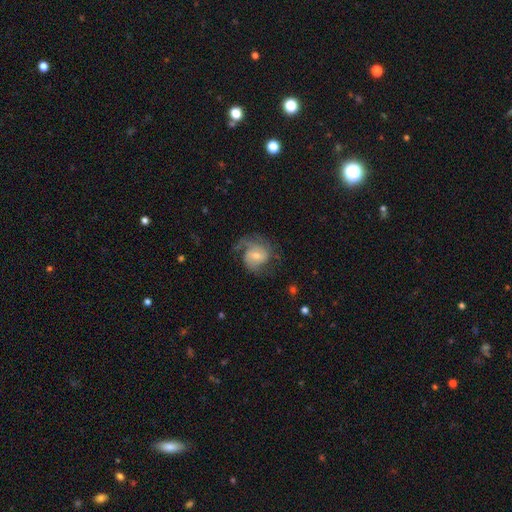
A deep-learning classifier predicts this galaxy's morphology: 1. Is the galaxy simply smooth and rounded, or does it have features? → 74% featured or disk, 19% smooth, 7% star or artifact.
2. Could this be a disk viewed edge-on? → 98% no, 2% yes.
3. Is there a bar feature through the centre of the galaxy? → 49% no, 42% weak, 10% strong.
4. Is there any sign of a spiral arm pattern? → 92% yes, 8% no.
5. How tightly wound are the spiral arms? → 45% medium, 28% tight, 27% loose.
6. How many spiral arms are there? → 50% 2, 18% 1, 16% can't tell, 11% 3, 3% 4, 3% more than 4.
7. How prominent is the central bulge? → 49% small, 45% moderate, 3% large, 2% none, 1% dominant.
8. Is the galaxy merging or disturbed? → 55% none, 23% major disturbance, 21% minor disturbance, 2% merger.